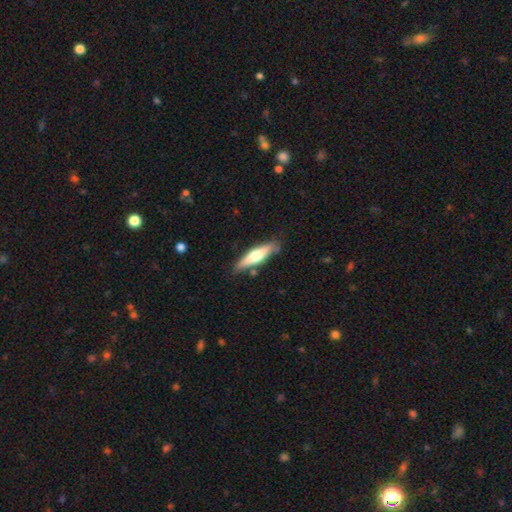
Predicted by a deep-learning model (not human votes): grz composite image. It shows a smooth galaxy with no disk features (50%) that is cigar-shaped (73%). Merging: none (80%).